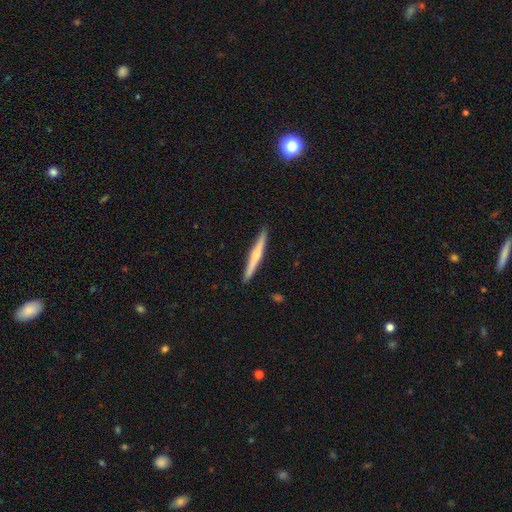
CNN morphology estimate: featured or disk 59%, smooth 36%, star or artifact 5%. Down the decision tree: edge-on disk — yes (98%); edge-on bulge — rounded (70%); merging — none (92%).